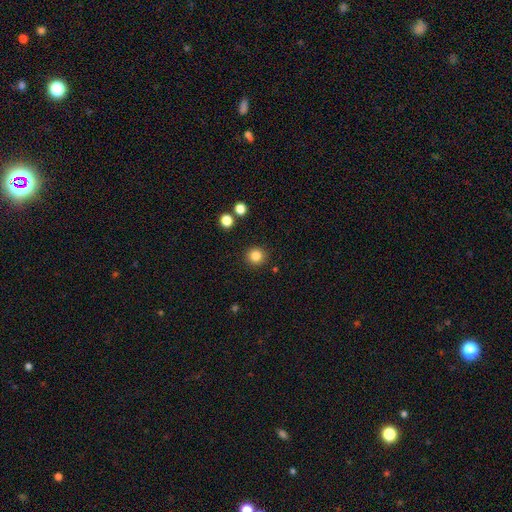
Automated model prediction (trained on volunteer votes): smooth 84%, star or artifact 11%, featured or disk 4%. Down the decision tree: how rounded — round (93%); merging — none (90%).